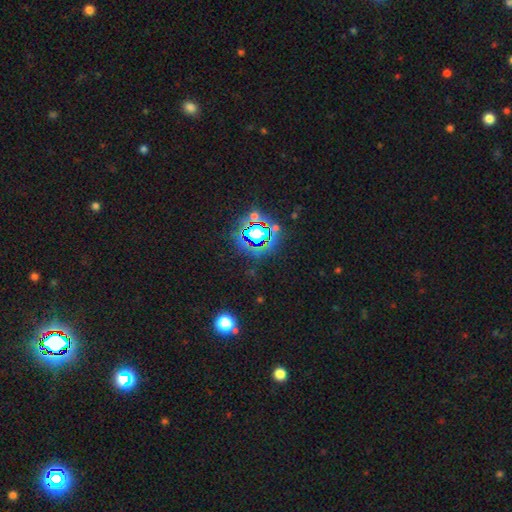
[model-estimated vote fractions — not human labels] smooth_or_featured: star or artifact (p=0.78) [alt: smooth p=0.14]